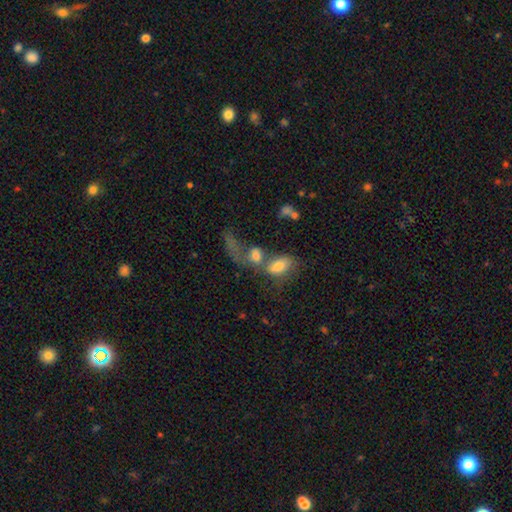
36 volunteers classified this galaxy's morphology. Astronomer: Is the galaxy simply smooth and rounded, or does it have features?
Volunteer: smooth — 81%.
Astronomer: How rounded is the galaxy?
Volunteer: in between — 69%.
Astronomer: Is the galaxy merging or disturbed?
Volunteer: merger — 54%.